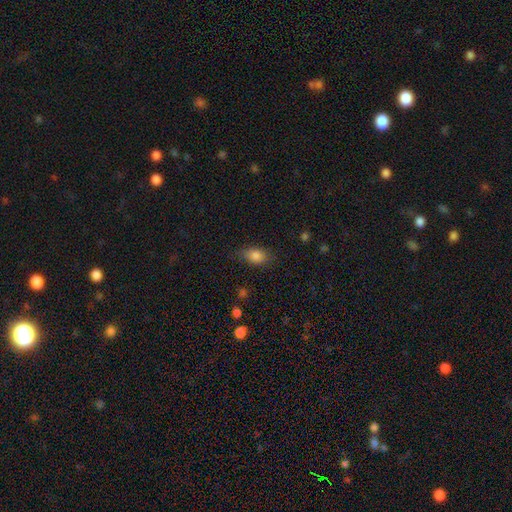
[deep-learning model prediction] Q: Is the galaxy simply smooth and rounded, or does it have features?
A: smooth — 84%.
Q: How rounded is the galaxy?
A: in between — 82%.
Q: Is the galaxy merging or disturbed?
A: none — 78%.